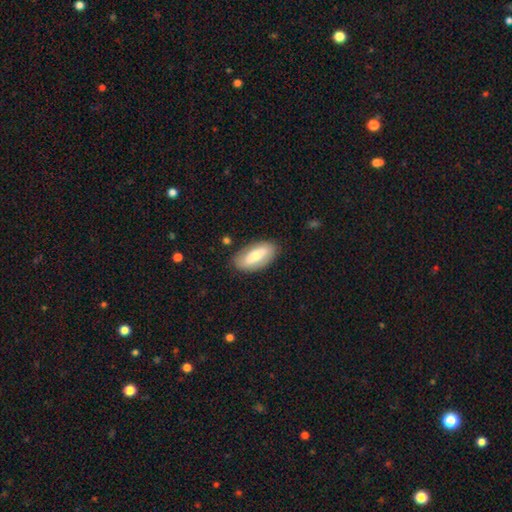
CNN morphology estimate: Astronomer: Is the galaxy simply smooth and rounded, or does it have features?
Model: smooth — 61%.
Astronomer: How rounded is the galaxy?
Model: in between — 89%.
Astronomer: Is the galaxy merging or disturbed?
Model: none — 82%.